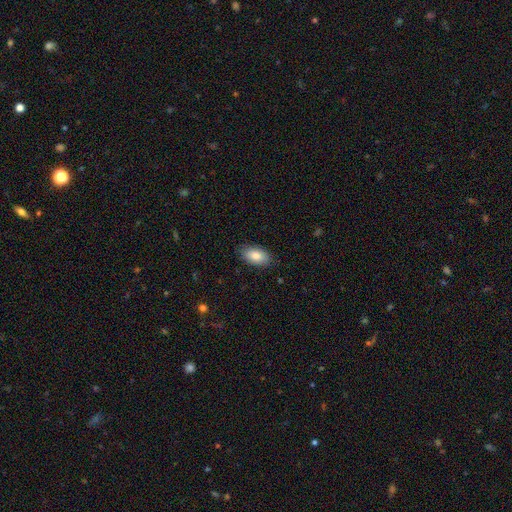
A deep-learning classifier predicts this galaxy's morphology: smooth_or_featured: smooth (p=0.83) [alt: featured or disk p=0.10]
how_rounded: in between (p=0.93) [alt: round p=0.04]
merging: none (p=0.86) [alt: minor disturbance p=0.11]